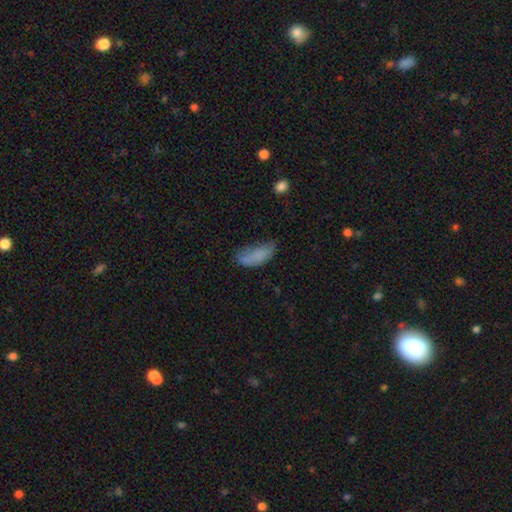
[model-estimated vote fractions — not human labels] This appears to be a smooth galaxy with no disk features (76%) that is in between round and cigar-shaped (84%). Merging: none (39%).